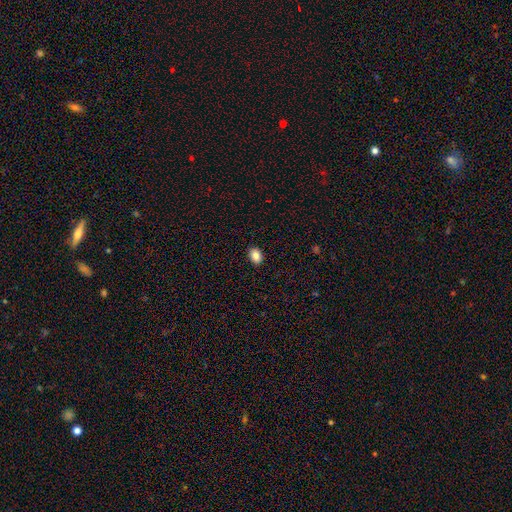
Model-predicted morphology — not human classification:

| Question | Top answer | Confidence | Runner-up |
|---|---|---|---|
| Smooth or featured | smooth | 86% | star or artifact (9%) |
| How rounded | in between | 72% | round (27%) |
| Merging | none | 90% | minor disturbance (7%) |